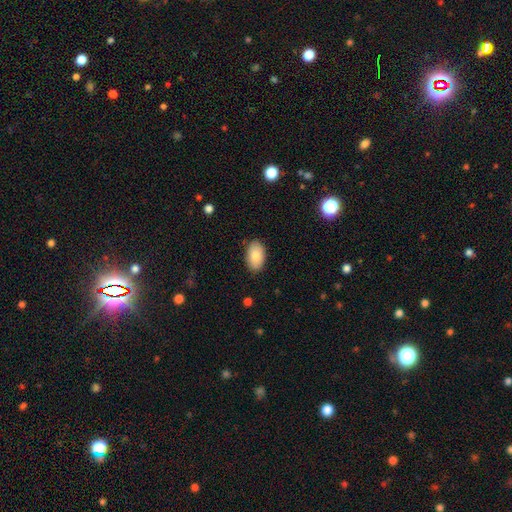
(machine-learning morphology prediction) This appears to be a smooth galaxy with no disk features (85%) that is in between round and cigar-shaped (94%). Merging: none (86%).